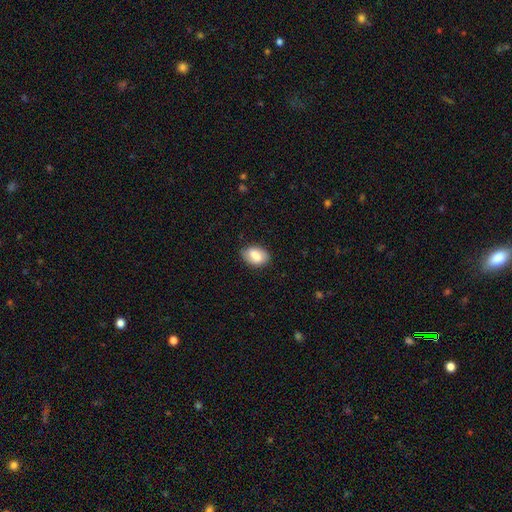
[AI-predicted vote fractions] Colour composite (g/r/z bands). It shows a smooth galaxy with no disk features (79%) that is in between round and cigar-shaped (85%). Merging: none (81%).